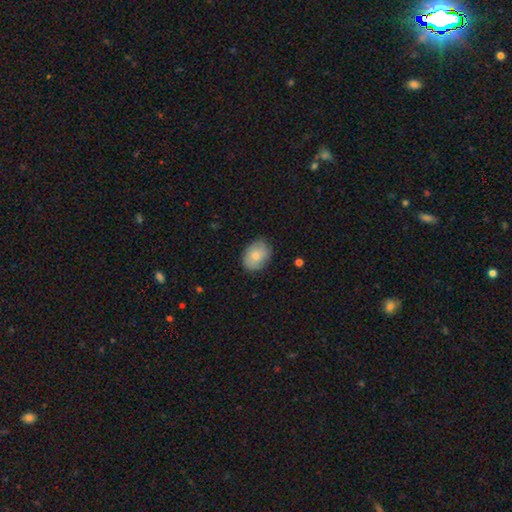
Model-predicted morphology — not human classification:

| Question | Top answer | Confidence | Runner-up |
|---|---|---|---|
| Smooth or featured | smooth | 79% | featured or disk (15%) |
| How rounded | in between | 71% | round (28%) |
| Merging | none | 79% | minor disturbance (17%) |